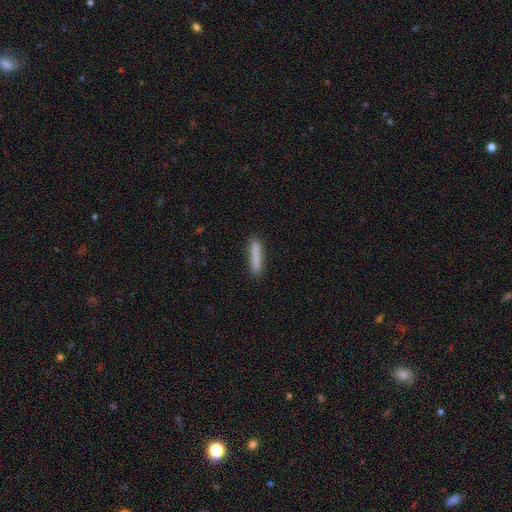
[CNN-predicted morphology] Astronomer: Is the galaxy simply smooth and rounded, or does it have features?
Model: smooth — 83%.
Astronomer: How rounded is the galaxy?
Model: cigar-shaped — 89%.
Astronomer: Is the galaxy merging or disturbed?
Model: none — 87%.